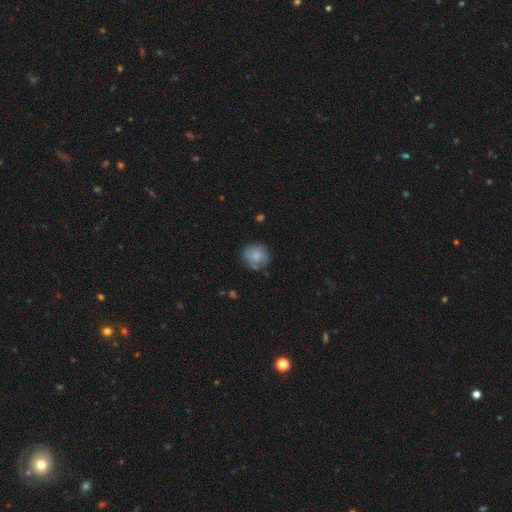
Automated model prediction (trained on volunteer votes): This is likely a smooth galaxy (78%). How rounded: clearly round (88%). Merging: likely none (73%).